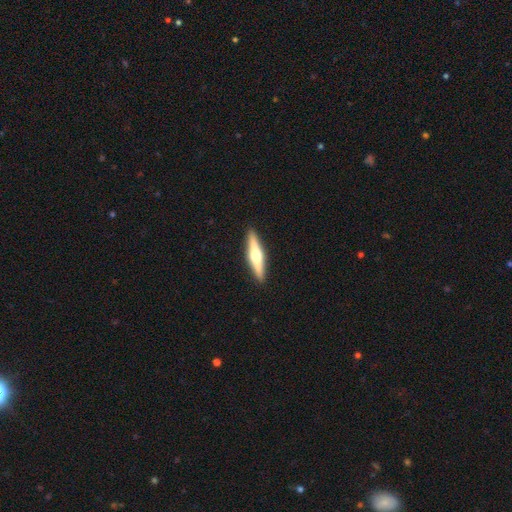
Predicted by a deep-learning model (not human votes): Smooth or featured: featured or disk — 62% (smooth — 33%)
Edge-on disk: yes — 97% (no — 3%)
Edge-on bulge: rounded — 94% (boxy — 3%)
Merging: none — 92% (minor disturbance — 6%)